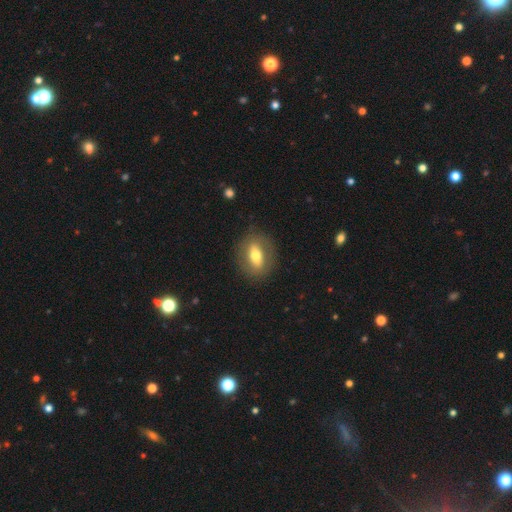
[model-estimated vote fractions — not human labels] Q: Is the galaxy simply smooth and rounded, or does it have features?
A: smooth — 54%.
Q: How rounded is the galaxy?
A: in between — 67%.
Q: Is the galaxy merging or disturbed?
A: none — 84%.